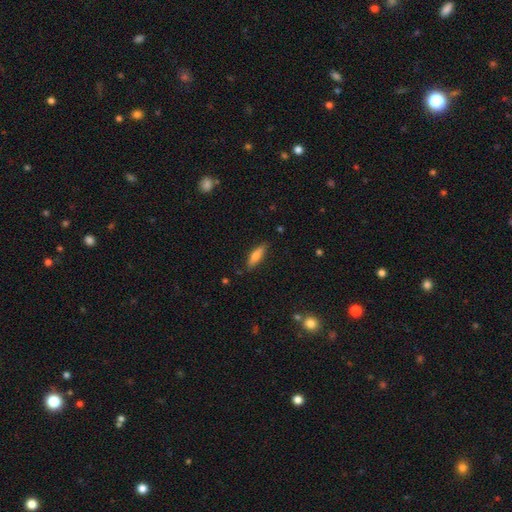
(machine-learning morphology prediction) smooth-or-featured: smooth: 67% | featured or disk: 26% | star or artifact: 7%
  how-rounded: cigar-shaped: 57% | in between: 41% | round: 2%
  merging: none: 83% | minor disturbance: 13% | major disturbance: 2% | merger: 1%